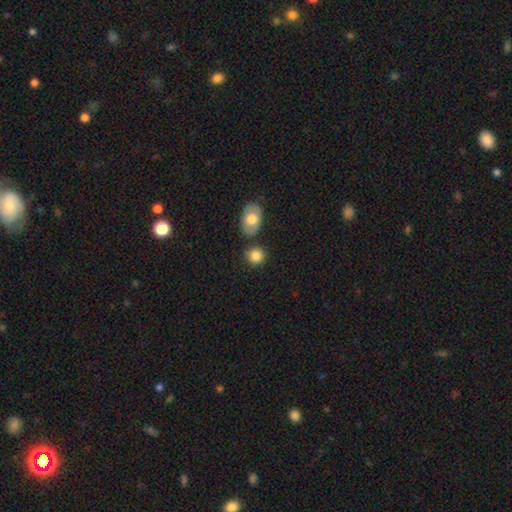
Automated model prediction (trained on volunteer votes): Q: Smooth or featured?
A: smooth (83%); runner-up: featured or disk (9%)
Q: How rounded?
A: round (76%); runner-up: in between (23%)
Q: Merging?
A: none (73%); runner-up: minor disturbance (12%)